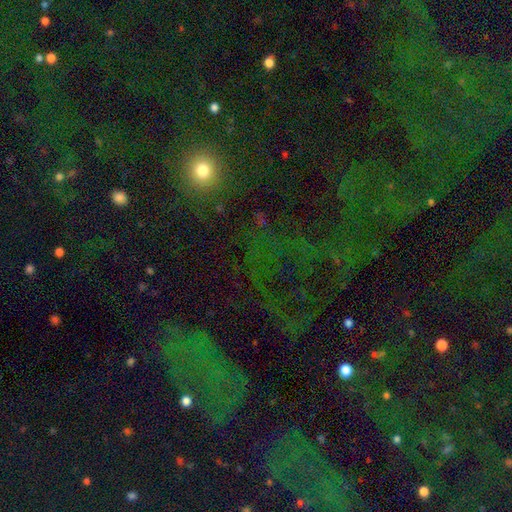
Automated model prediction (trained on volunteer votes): A star or artifact, not a galaxy (50%).

Vote fractions:
- Smooth or featured? star or artifact: 50% / smooth: 39% / featured or disk: 11%